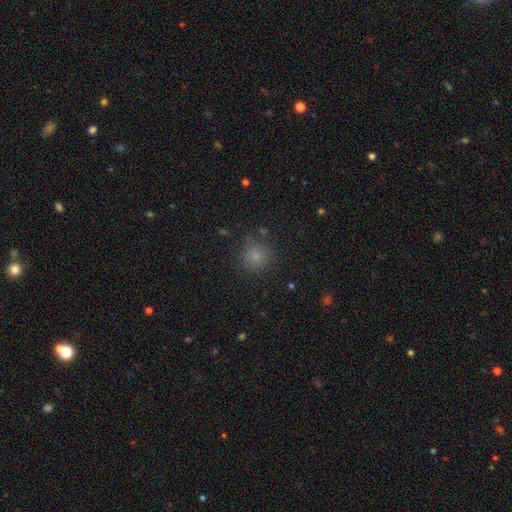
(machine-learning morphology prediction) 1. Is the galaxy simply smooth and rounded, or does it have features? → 77% smooth, 16% star or artifact, 6% featured or disk.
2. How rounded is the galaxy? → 93% round, 6% in between, 1% cigar-shaped.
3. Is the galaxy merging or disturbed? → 83% none, 11% minor disturbance, 4% major disturbance, 3% merger.